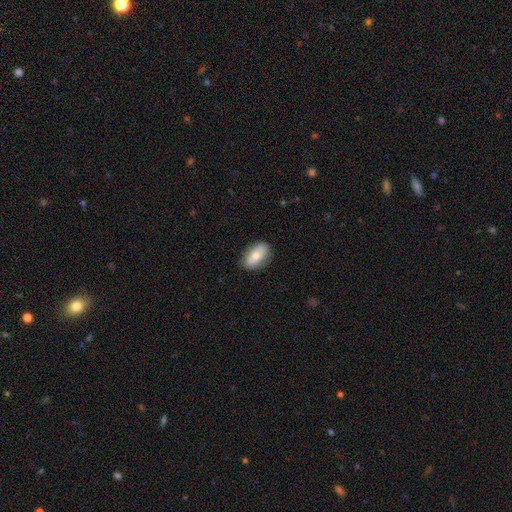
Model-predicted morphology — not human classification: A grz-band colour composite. It shows a smooth galaxy with no disk features (65%) that is in between round and cigar-shaped (87%). Merging: none (81%).